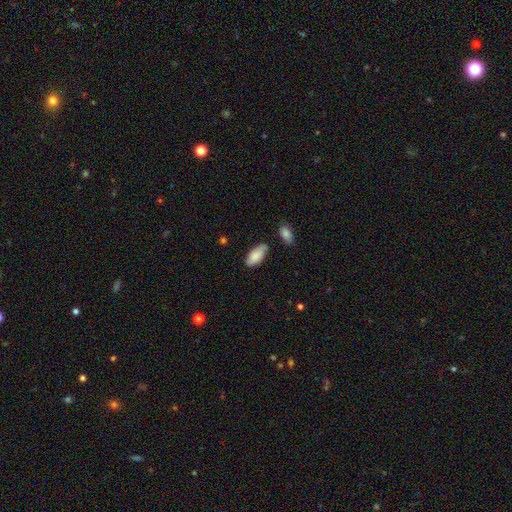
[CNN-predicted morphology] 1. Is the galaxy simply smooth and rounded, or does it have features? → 84% smooth, 10% featured or disk, 6% star or artifact.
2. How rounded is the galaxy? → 92% in between, 6% cigar-shaped, 2% round.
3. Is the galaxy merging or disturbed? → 70% none, 21% minor disturbance, 5% merger, 4% major disturbance.